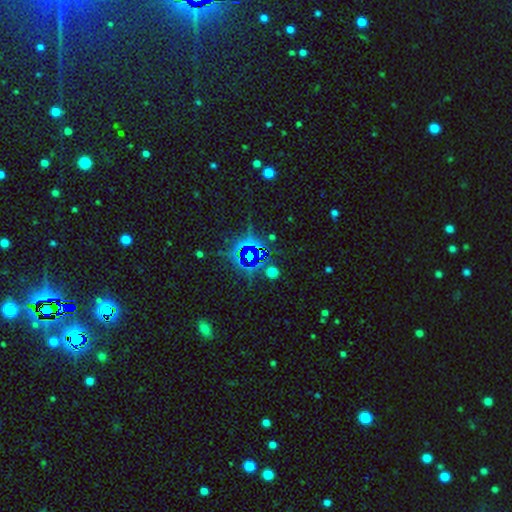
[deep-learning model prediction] Smooth or featured? star or artifact (77%)